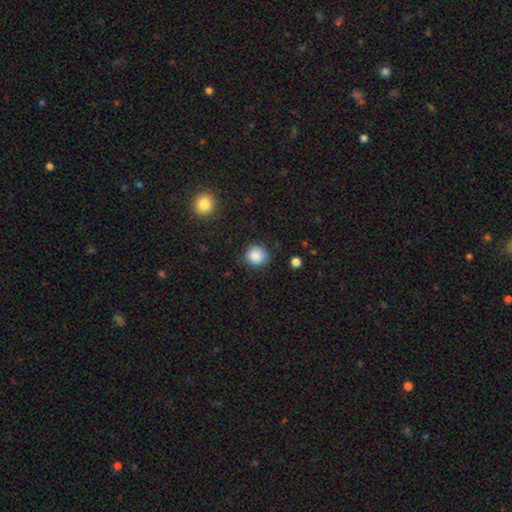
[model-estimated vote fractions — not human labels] A smooth galaxy with no disk features (87%) that is round (88%). Merging: none (86%).